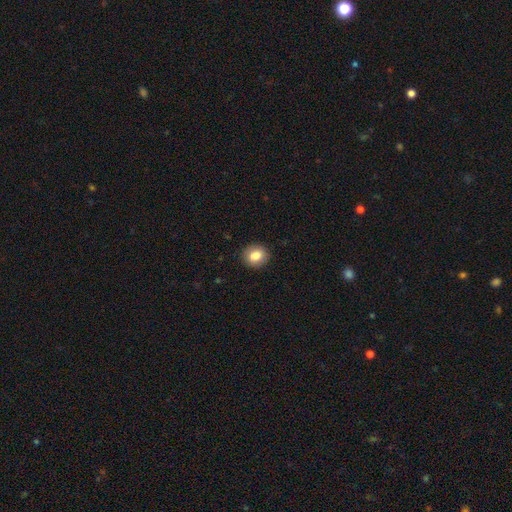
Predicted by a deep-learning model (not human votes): smooth_or_featured: smooth (p=0.82) [alt: featured or disk p=0.09]
how_rounded: round (p=0.77) [alt: in between p=0.22]
merging: none (p=0.90) [alt: minor disturbance p=0.07]